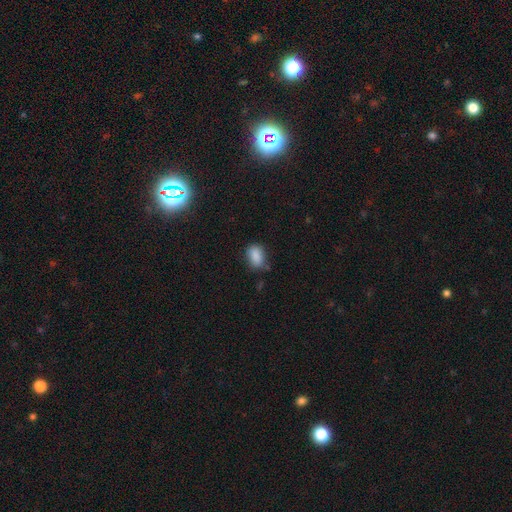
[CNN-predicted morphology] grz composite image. It shows a smooth galaxy with no disk features (87%) that is in between round and cigar-shaped (82%). Merging: none (63%).